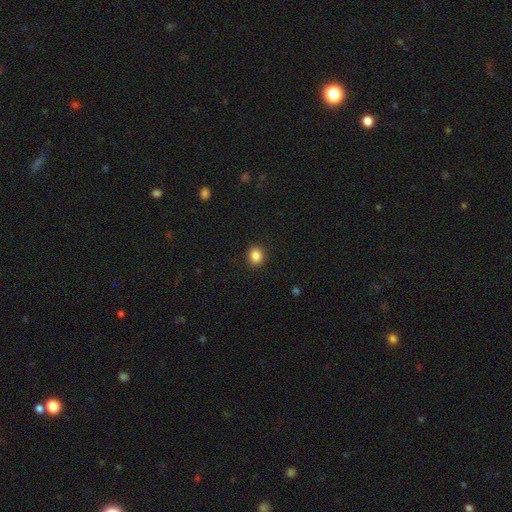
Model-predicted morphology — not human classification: type=smooth (85%); roundness=round (79%); merging=none (91%).